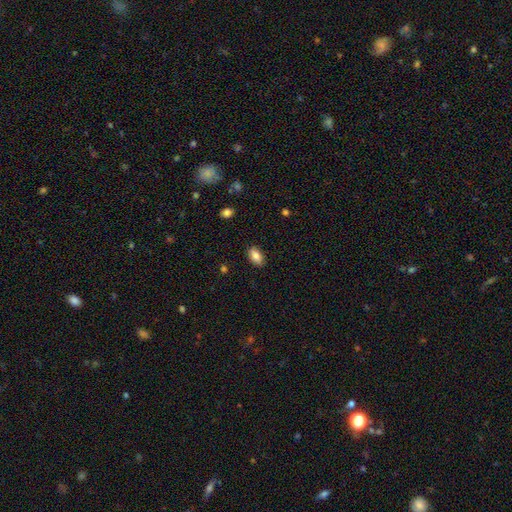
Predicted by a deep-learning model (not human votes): This is clearly a smooth galaxy (83%). How rounded: clearly in between (90%). Merging: clearly none (87%).